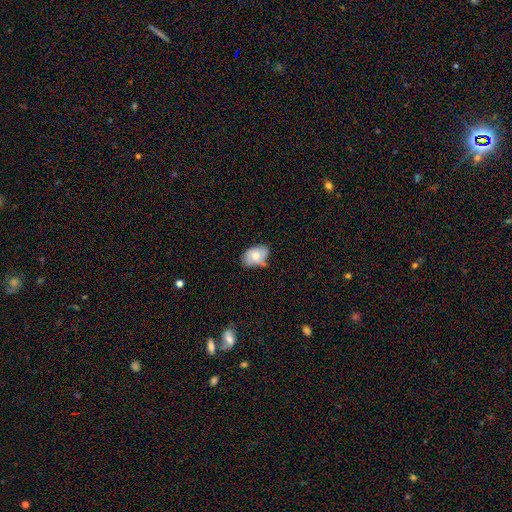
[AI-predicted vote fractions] Q: Smooth or featured?
A: smooth (66%); runner-up: featured or disk (26%)
Q: How rounded?
A: in between (83%); runner-up: round (16%)
Q: Merging?
A: none (51%); runner-up: minor disturbance (36%)